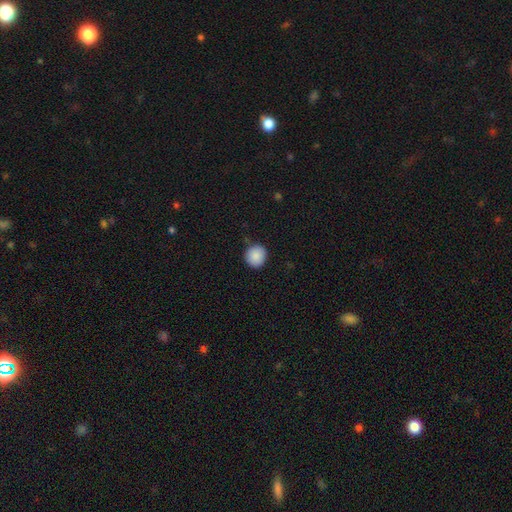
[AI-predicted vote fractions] Smooth or featured? smooth (89%)
How rounded? round (88%)
Merging? none (88%)